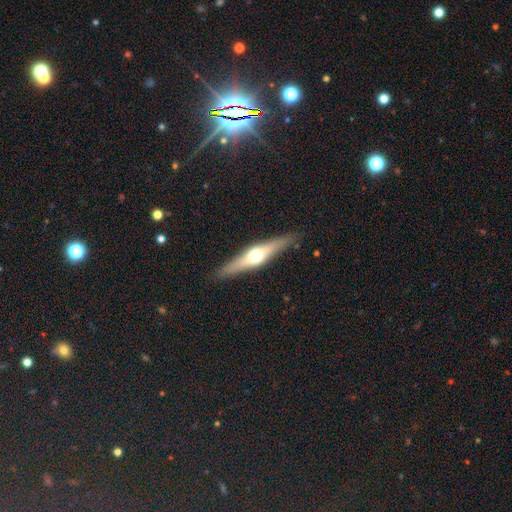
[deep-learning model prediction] This is likely a featured or disk galaxy (65%). It is clearly viewed edge-on (95%). Edge-on bulge: clearly rounded (94%). Merging: clearly none (89%).